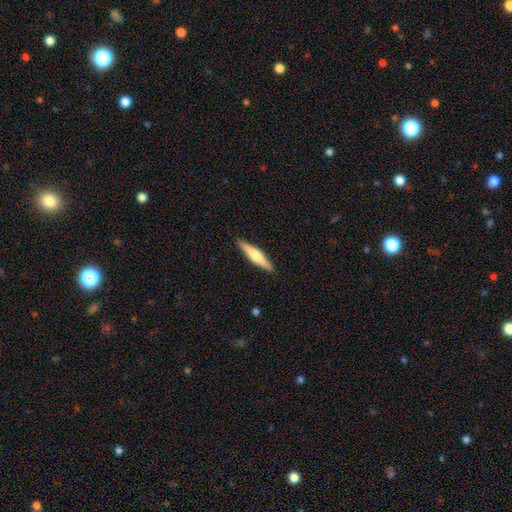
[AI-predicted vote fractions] Morphology: type=smooth (49%); merging=none (90%).